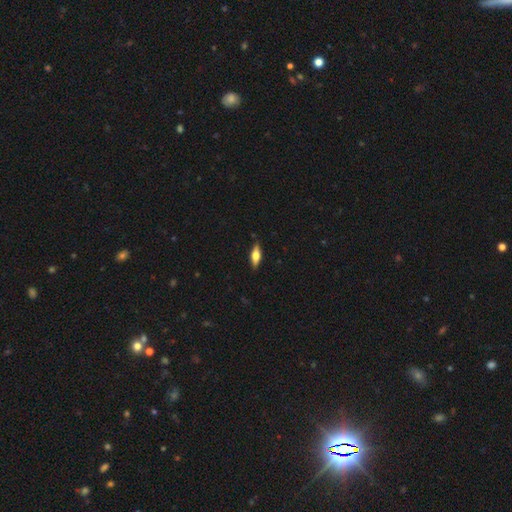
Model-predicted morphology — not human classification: Smooth or featured: smooth — 53% (featured or disk — 41%)
How rounded: in between — 60% (cigar-shaped — 37%)
Merging: none — 87% (minor disturbance — 10%)